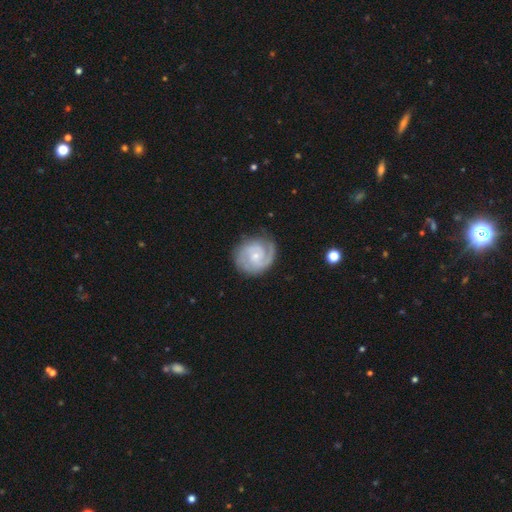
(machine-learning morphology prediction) Q: Smooth or featured?
A: featured or disk (84%); runner-up: smooth (11%)
Q: Edge-on disk?
A: no (98%); runner-up: yes (2%)
Q: Bar?
A: no (58%); runner-up: weak (36%)
Q: Spiral arms?
A: yes (97%); runner-up: no (3%)
Q: Spiral winding?
A: tight (52%); runner-up: medium (39%)
Q: Spiral arm count?
A: 2 (60%); runner-up: 3 (13%)
Q: Bulge size?
A: small (69%); runner-up: moderate (25%)
Q: Merging?
A: none (76%); runner-up: minor disturbance (16%)